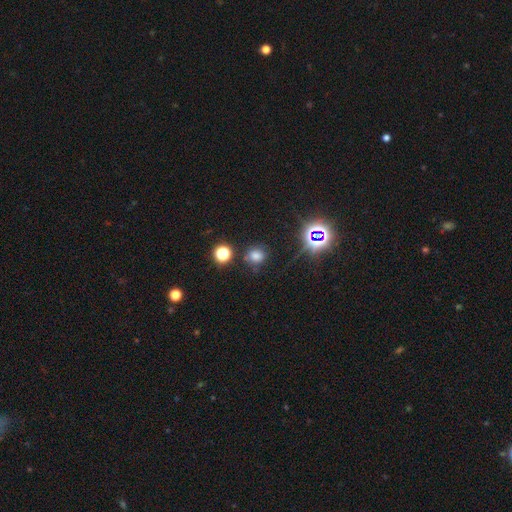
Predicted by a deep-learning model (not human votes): Smooth or featured?
  - smooth: 66% *
  - star or artifact: 26%
  - featured or disk: 7%
How rounded?
  - round: 75% *
  - in between: 24%
  - cigar-shaped: 1%
Merging?
  - none: 76% *
  - minor disturbance: 14%
  - major disturbance: 5%
  - merger: 5%